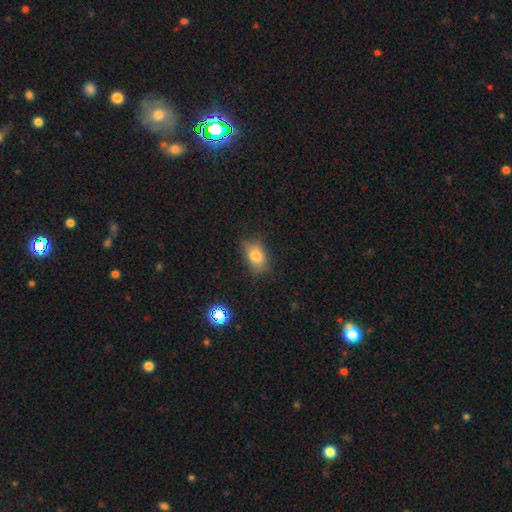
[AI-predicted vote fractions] Smooth or featured?
  - smooth: 77% *
  - featured or disk: 12%
  - star or artifact: 11%
How rounded?
  - in between: 79% *
  - round: 18%
  - cigar-shaped: 3%
Merging?
  - none: 75% *
  - minor disturbance: 19%
  - major disturbance: 5%
  - merger: 1%